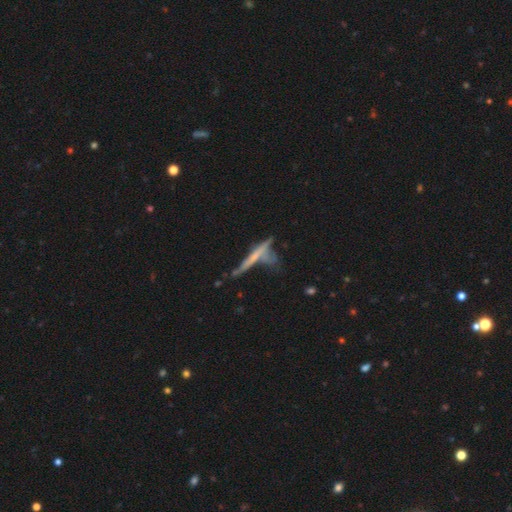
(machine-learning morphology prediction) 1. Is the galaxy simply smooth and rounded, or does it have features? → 50% featured or disk, 40% smooth, 11% star or artifact.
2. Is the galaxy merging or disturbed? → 44% none, 24% merger, 17% minor disturbance, 15% major disturbance.